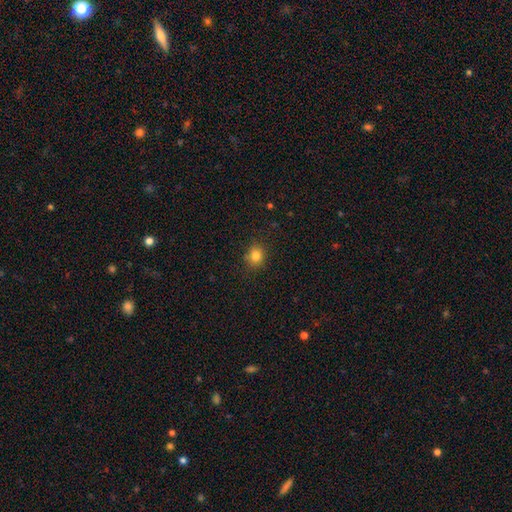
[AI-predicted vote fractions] A smooth galaxy with no disk features (82%) that is round (79%). Merging: none (87%).